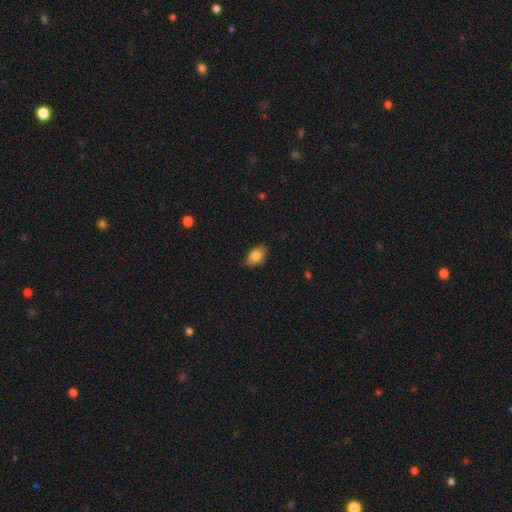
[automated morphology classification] type=smooth (78%); roundness=in between (84%); merging=none (79%).